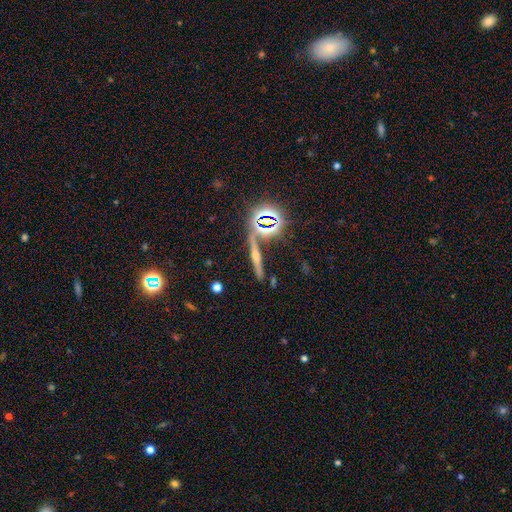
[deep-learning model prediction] This is possibly a featured or disk galaxy (49%). Merging: clearly none (81%).